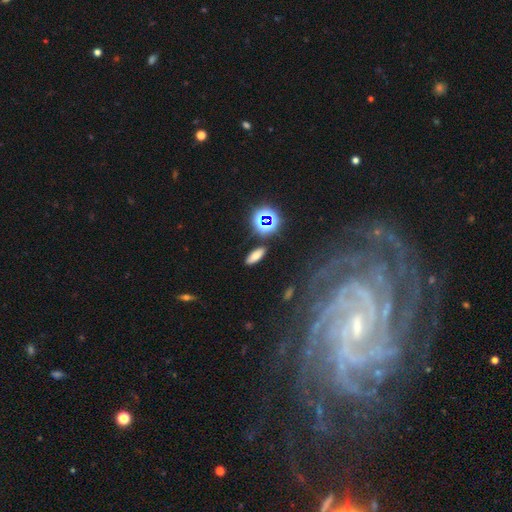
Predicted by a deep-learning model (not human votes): Q: Smooth or featured?
A: smooth (70%); runner-up: star or artifact (19%)
Q: How rounded?
A: in between (68%); runner-up: cigar-shaped (26%)
Q: Merging?
A: none (87%); runner-up: minor disturbance (8%)